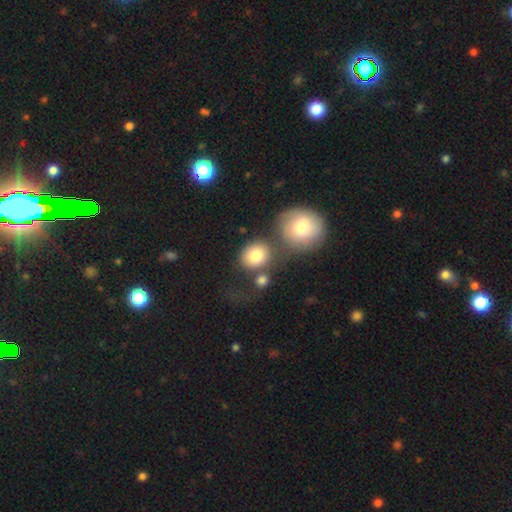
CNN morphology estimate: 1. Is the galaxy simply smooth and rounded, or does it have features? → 79% smooth, 13% featured or disk, 8% star or artifact.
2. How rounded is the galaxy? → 69% round, 30% in between, 1% cigar-shaped.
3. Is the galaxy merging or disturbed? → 46% none, 31% merger, 13% minor disturbance, 10% major disturbance.